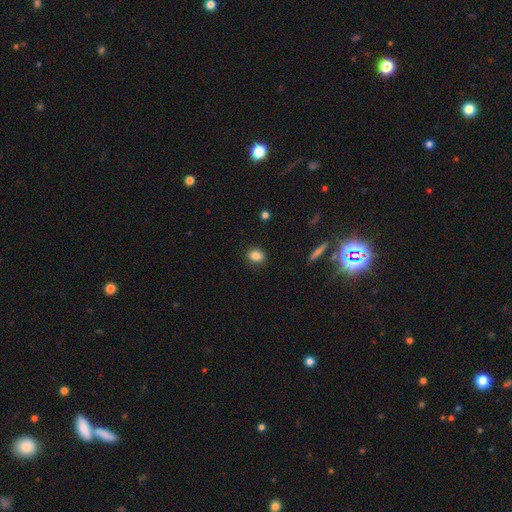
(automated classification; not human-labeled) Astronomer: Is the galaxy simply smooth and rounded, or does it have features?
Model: smooth — 83%.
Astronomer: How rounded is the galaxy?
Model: round — 54% (runner-up: in between, 45%).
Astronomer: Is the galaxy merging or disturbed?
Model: none — 88%.